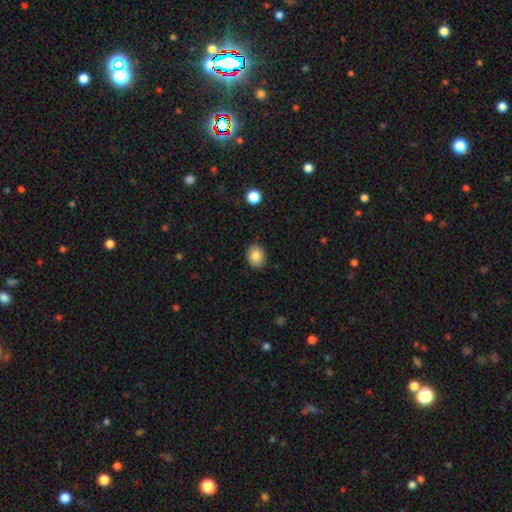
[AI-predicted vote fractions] Q: Smooth or featured?
A: smooth (85%); runner-up: star or artifact (8%)
Q: How rounded?
A: in between (60%); runner-up: round (39%)
Q: Merging?
A: none (88%); runner-up: minor disturbance (9%)